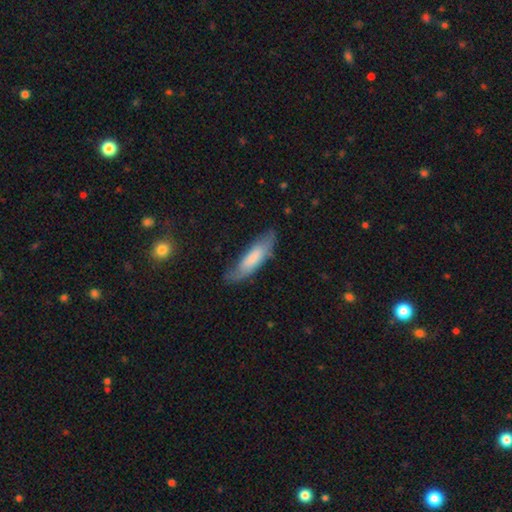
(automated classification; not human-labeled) A smooth galaxy with no disk features (63%) that is cigar-shaped (65%).

Vote fractions:
- Smooth or featured? smooth: 63% / featured or disk: 30% / star or artifact: 7%
- How rounded? cigar-shaped: 65% / in between: 34% / round: 2%
- Merging? none: 69% / minor disturbance: 23% / major disturbance: 6% / merger: 2%